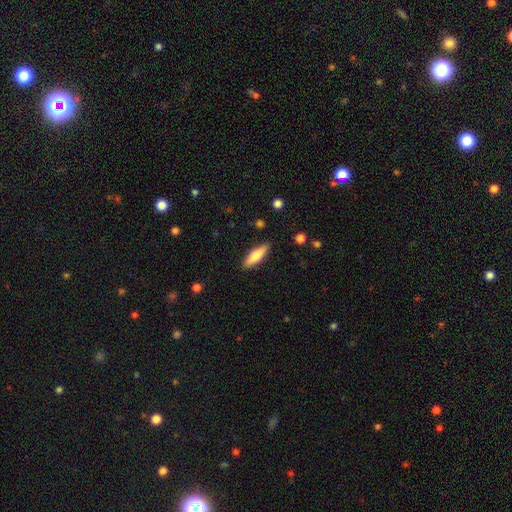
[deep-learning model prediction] Overall: smooth (72%). How rounded: cigar-shaped (55%; in between 43%). Merging: none (88%).